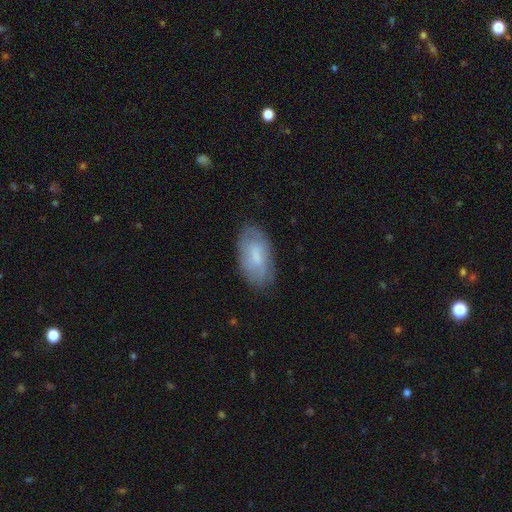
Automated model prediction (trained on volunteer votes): Overall: smooth (59%; featured or disk 34%). How rounded: in between (92%). Merging: none (80%).